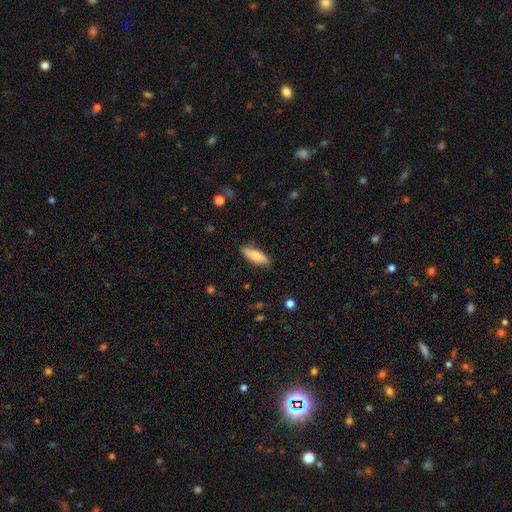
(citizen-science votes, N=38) Smooth or featured?
  - smooth: 79% *
  - featured or disk: 16%
  - star or artifact: 5%
How rounded?
  - in between: 87% *
  - cigar-shaped: 13%
  - round: 0%
Merging?
  - none: 92% *
  - minor disturbance: 8%
  - major disturbance: 0%
  - merger: 0%